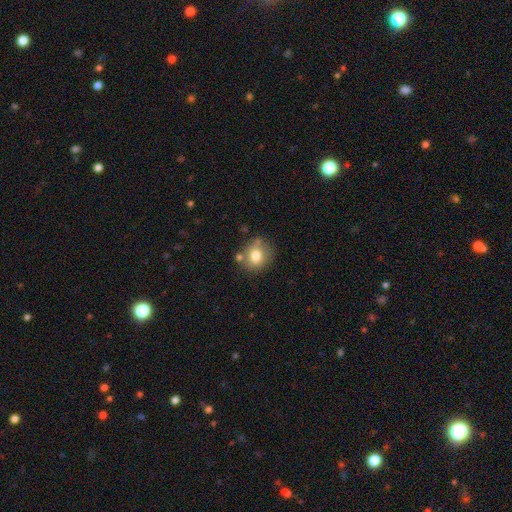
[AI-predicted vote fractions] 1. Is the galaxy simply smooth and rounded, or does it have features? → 76% smooth, 15% featured or disk, 10% star or artifact.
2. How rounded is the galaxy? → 75% round, 24% in between, 1% cigar-shaped.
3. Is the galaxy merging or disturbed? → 68% none, 18% minor disturbance, 10% merger, 5% major disturbance.